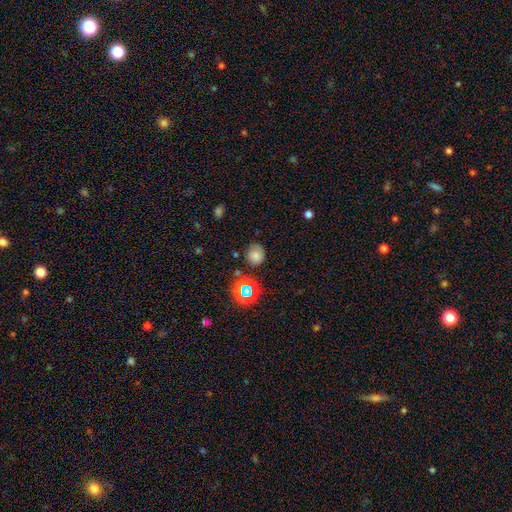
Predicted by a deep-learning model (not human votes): Smooth or featured? Predicted: smooth (p=0.73). How rounded? Predicted: round (p=0.78). Merging? Predicted: none (p=0.75).